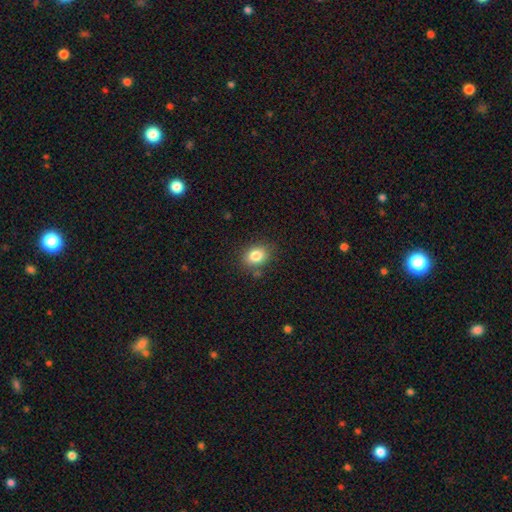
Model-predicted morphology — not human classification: Smooth or featured? Predicted: smooth (p=0.83). How rounded? Predicted: in between (p=0.59). Merging? Predicted: none (p=0.81).